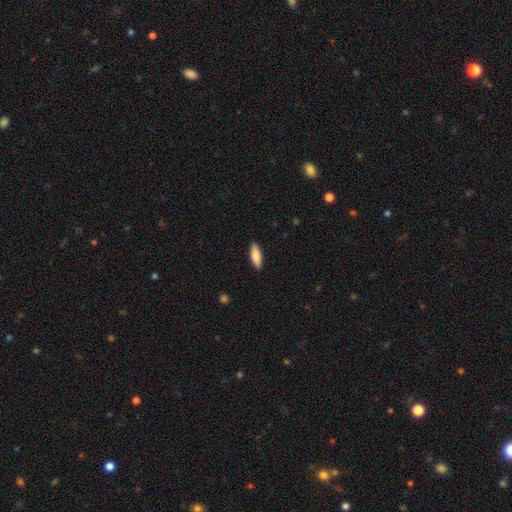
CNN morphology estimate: Smooth or featured? Predicted: smooth (p=0.84). How rounded? Predicted: in between (p=0.56). Merging? Predicted: none (p=0.89).